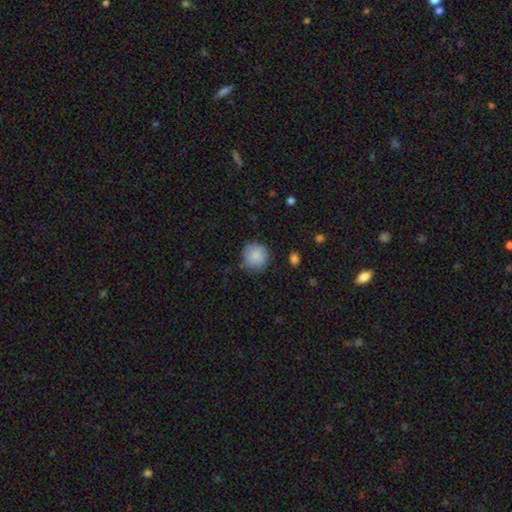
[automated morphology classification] smooth_or_featured: smooth (p=0.87) [alt: star or artifact p=0.07]
how_rounded: round (p=0.93) [alt: in between p=0.06]
merging: none (p=0.79) [alt: minor disturbance p=0.16]